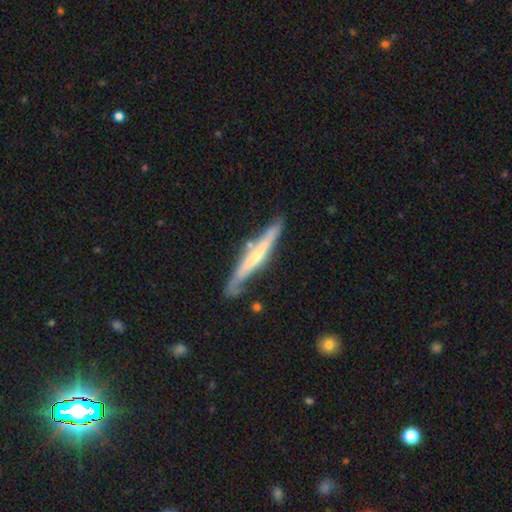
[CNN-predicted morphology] smooth-or-featured: featured or disk: 58% | smooth: 37% | star or artifact: 5%
  disk-edge-on: yes: 88% | no: 12%
    edge-on-bulge: none: 50% | rounded: 36% | boxy: 13%
  merging: none: 63% | minor disturbance: 22% | merger: 9% | major disturbance: 6%